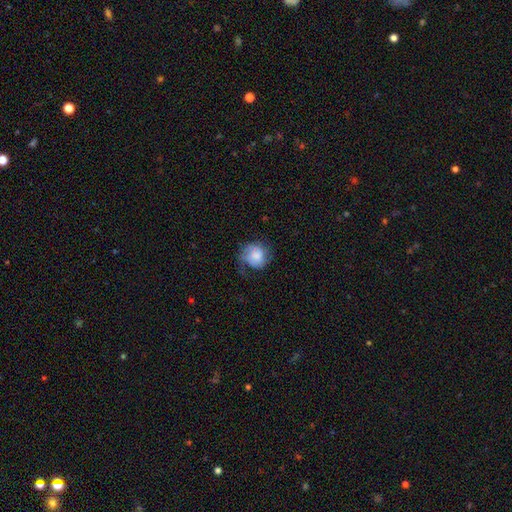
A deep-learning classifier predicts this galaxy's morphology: smooth_or_featured: smooth (p=0.68) [alt: featured or disk p=0.23]
how_rounded: round (p=0.76) [alt: in between p=0.23]
merging: none (p=0.49) [alt: minor disturbance p=0.30]